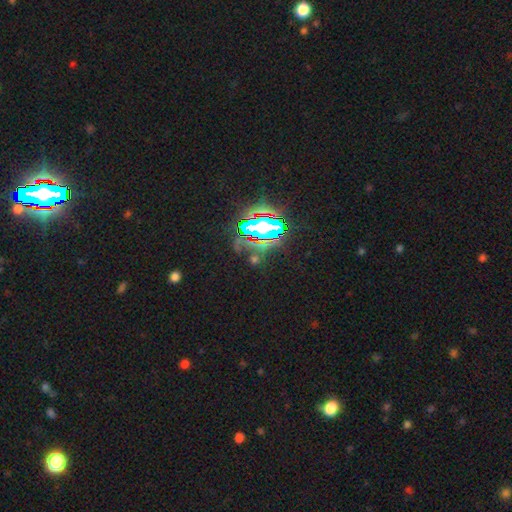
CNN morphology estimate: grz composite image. It shows a star or artifact, not a galaxy (74%).